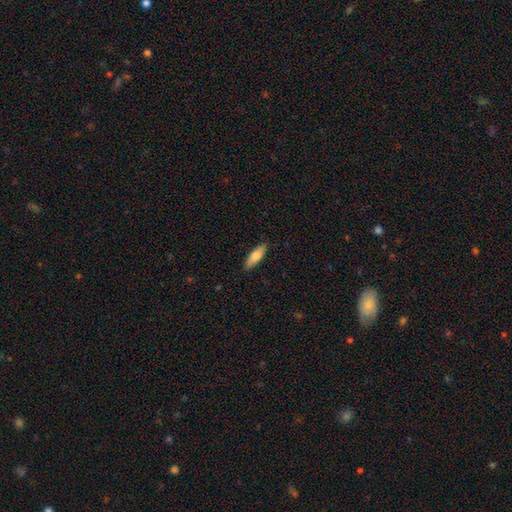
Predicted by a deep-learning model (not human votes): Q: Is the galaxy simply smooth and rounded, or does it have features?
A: smooth — 77%.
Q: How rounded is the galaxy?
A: in between — 55%.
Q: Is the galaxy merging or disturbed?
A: none — 88%.